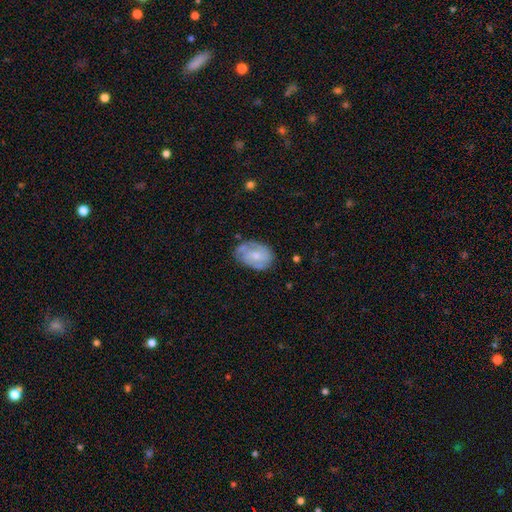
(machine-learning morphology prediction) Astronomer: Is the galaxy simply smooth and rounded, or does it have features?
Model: featured or disk — 52% (runner-up: smooth, 41%).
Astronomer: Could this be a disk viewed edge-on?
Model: no — 96%.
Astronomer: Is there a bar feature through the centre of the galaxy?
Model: no — 65%.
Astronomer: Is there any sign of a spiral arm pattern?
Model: yes — 70%.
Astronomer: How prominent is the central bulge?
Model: small — 45% (runner-up: moderate, 44%).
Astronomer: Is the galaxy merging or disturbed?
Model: none — 63%.